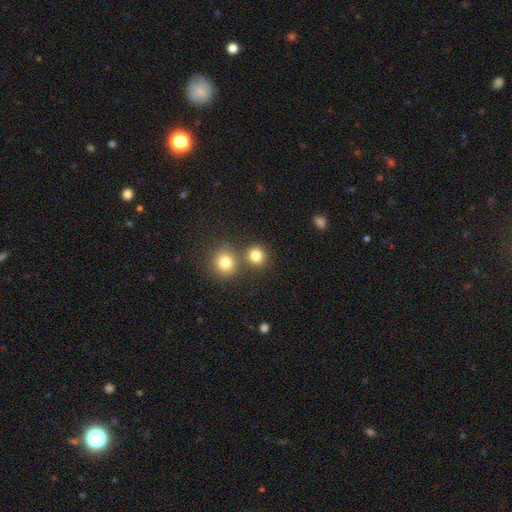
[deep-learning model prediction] Smooth or featured? smooth (81%)
How rounded? round (86%)
Merging? none (69%)